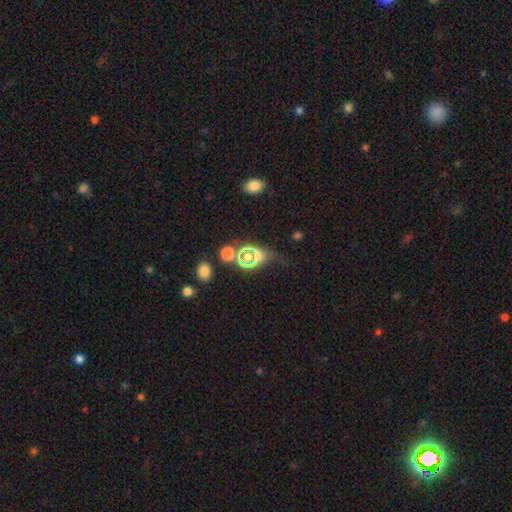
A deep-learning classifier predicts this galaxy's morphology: Q: Smooth or featured?
A: star or artifact (48%); runner-up: smooth (41%)